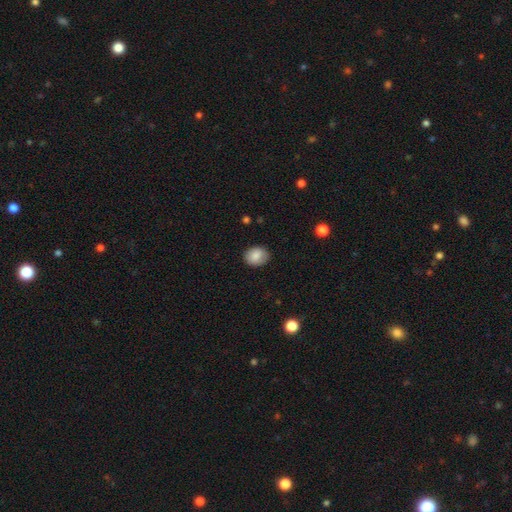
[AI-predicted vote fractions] Q: Smooth or featured?
A: smooth (84%); runner-up: featured or disk (8%)
Q: How rounded?
A: in between (54%); runner-up: round (45%)
Q: Merging?
A: none (85%); runner-up: minor disturbance (12%)